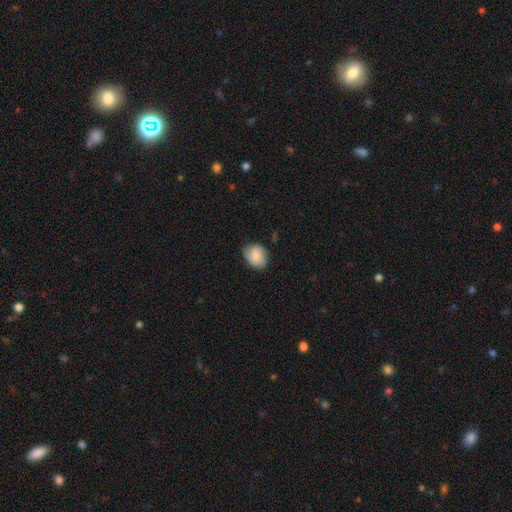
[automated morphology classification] Smooth or featured: smooth — 77% (featured or disk — 16%)
How rounded: round — 50% (in between — 49%)
Merging: none — 73% (minor disturbance — 22%)